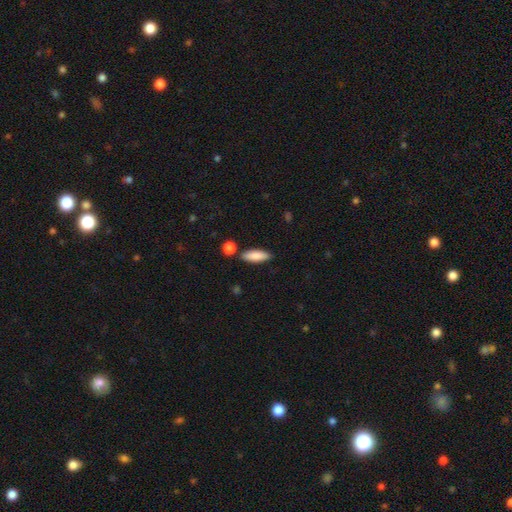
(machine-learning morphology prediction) Smooth or featured: smooth — 85% (featured or disk — 9%)
How rounded: in between — 63% (cigar-shaped — 35%)
Merging: none — 81% (minor disturbance — 11%)